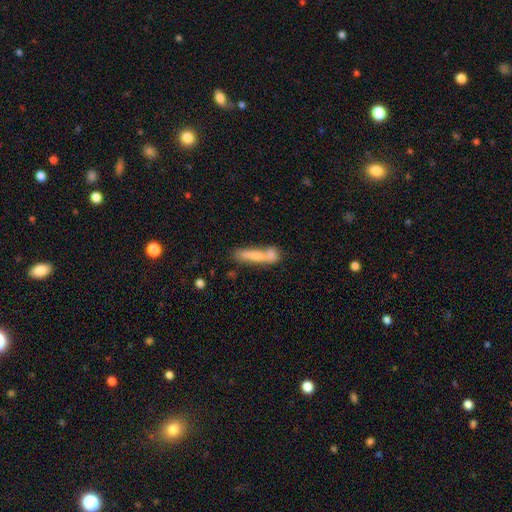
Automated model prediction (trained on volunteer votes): Smooth or featured: smooth — 64% (featured or disk — 28%)
How rounded: cigar-shaped — 76% (in between — 21%)
Merging: merger — 42% (none — 37%)